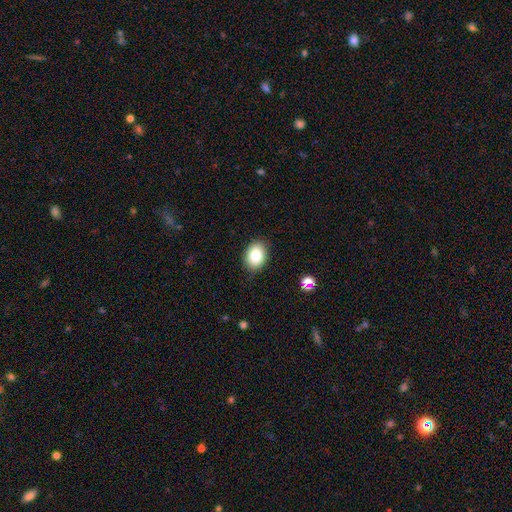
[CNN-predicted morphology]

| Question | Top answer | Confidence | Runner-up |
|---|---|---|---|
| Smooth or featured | smooth | 84% | star or artifact (9%) |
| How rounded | in between | 71% | round (28%) |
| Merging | none | 86% | minor disturbance (11%) |